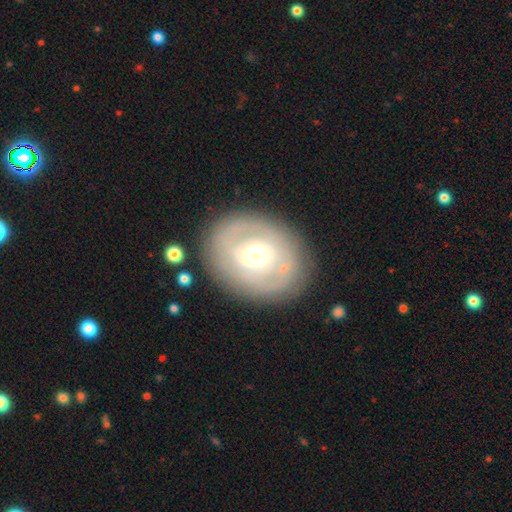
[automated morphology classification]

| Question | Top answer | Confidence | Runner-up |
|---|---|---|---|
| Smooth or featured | featured or disk | 68% | smooth (26%) |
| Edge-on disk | no | 96% | yes (4%) |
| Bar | no | 45% | weak (40%) |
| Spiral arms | yes | 58% | no (42%) |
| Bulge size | moderate | 70% | small (16%) |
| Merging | none | 80% | minor disturbance (13%) |